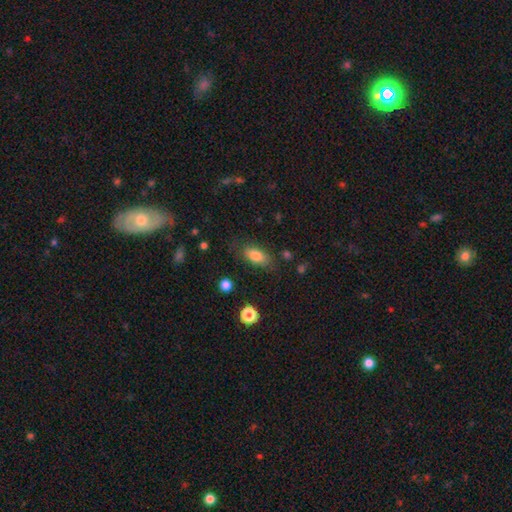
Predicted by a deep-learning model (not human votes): The model was most divided on "merging": none: 75%, minor disturbance: 17%, major disturbance: 6%, merger: 2%. More confident: how rounded — in between (85%); smooth or featured — smooth (80%).